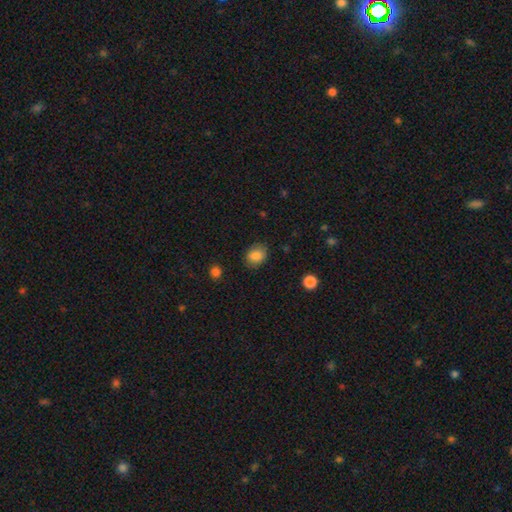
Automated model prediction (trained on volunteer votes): Overall: smooth (84%). How rounded: in between (55%; round 44%). Merging: none (81%).